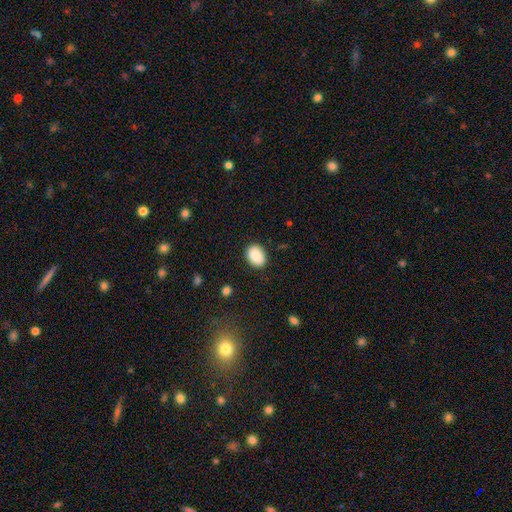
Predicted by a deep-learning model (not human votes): smooth 88%, star or artifact 7%, featured or disk 6%. Down the decision tree: how rounded — in between (72%); merging — none (86%).